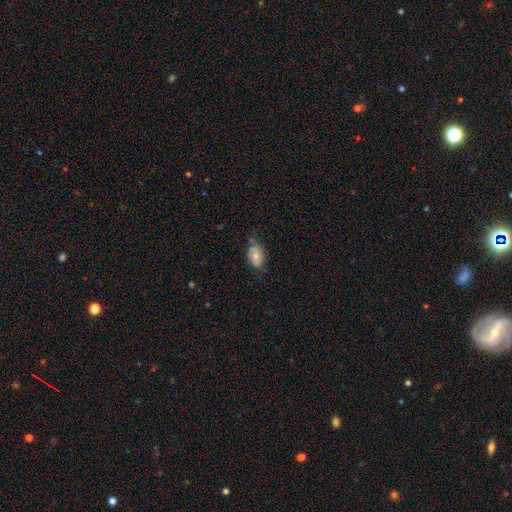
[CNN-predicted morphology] Smooth or featured?
  - smooth: 67% *
  - featured or disk: 26%
  - star or artifact: 8%
How rounded?
  - in between: 90% *
  - round: 8%
  - cigar-shaped: 2%
Merging?
  - none: 57% *
  - minor disturbance: 33%
  - major disturbance: 7%
  - merger: 3%